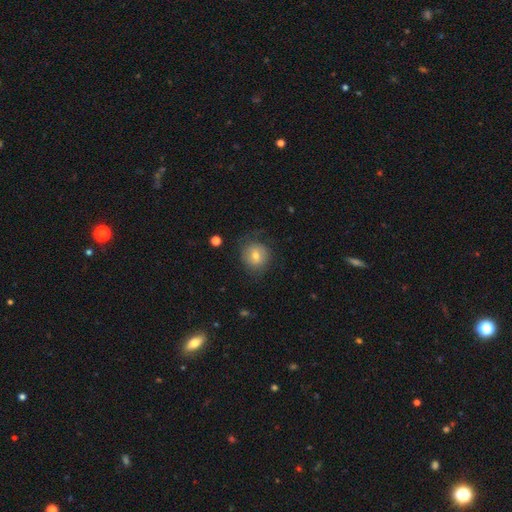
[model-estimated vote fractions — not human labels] This is likely a smooth galaxy (64%). How rounded: clearly round (86%). Merging: likely none (68%).